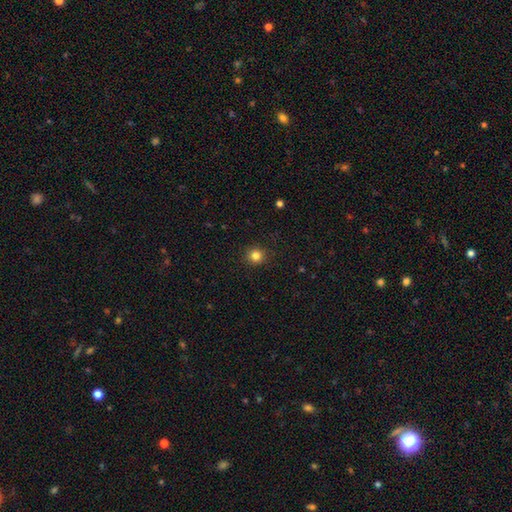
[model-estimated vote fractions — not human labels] smooth_or_featured: smooth (p=0.83) [alt: star or artifact p=0.13]
how_rounded: round (p=0.92) [alt: in between p=0.07]
merging: none (p=0.91) [alt: minor disturbance p=0.06]